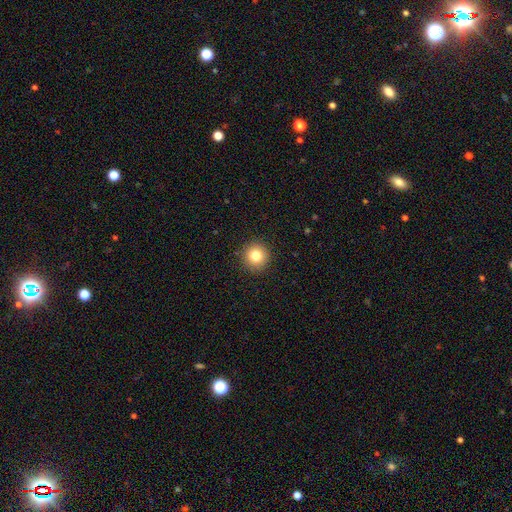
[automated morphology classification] Smooth or featured?
  - smooth: 82% *
  - star or artifact: 11%
  - featured or disk: 7%
How rounded?
  - round: 94% *
  - in between: 5%
  - cigar-shaped: 1%
Merging?
  - none: 92% *
  - minor disturbance: 5%
  - major disturbance: 2%
  - merger: 1%